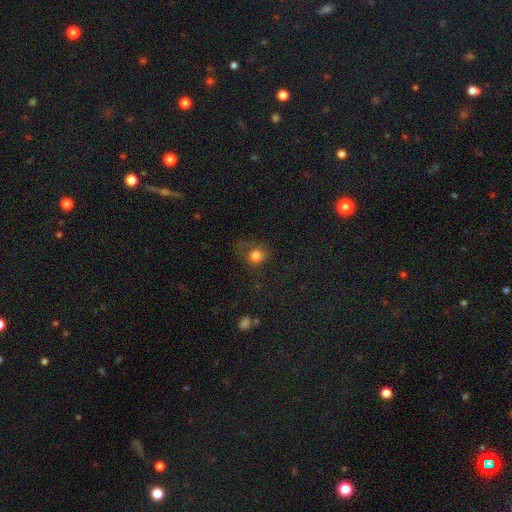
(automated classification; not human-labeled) smooth-or-featured: smooth: 76% | star or artifact: 14% | featured or disk: 10%
  how-rounded: round: 76% | in between: 23% | cigar-shaped: 1%
  merging: none: 46% | major disturbance: 28% | minor disturbance: 24% | merger: 3%